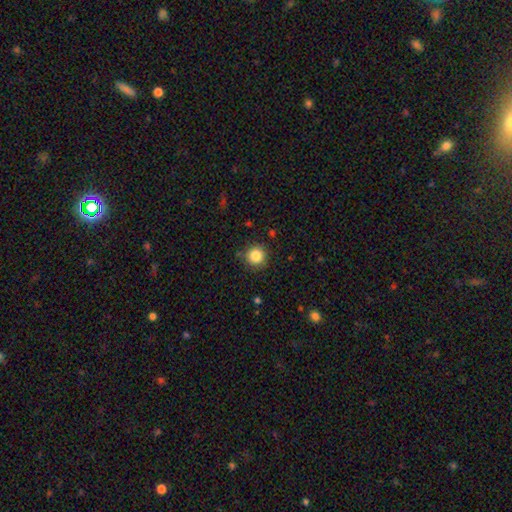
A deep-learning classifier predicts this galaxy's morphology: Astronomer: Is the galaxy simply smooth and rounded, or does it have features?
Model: smooth — 85%.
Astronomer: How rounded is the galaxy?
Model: round — 95%.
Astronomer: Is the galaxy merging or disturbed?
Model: none — 87%.